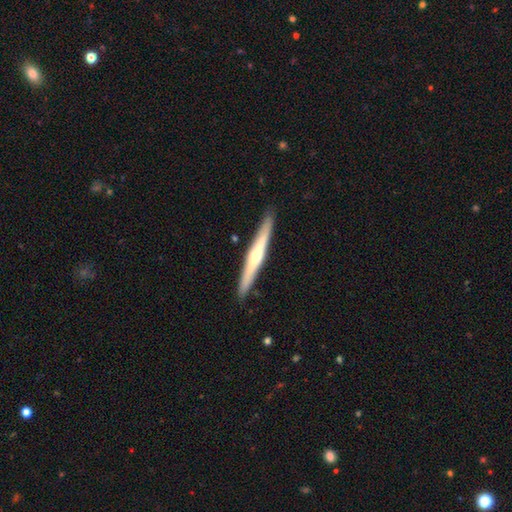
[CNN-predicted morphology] The model was most divided on "smooth or featured": featured or disk: 65%, smooth: 30%, star or artifact: 5%. More confident: edge-on disk — yes (96%); merging — none (91%); edge-on bulge — rounded (81%).